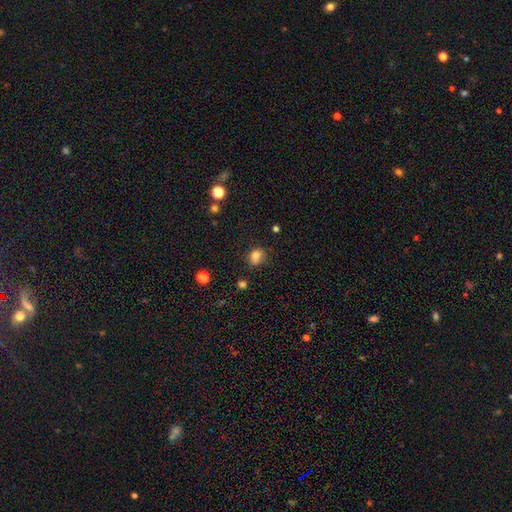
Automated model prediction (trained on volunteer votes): A smooth galaxy with no disk features (78%) that is round (56%).

Vote fractions:
- Smooth or featured? smooth: 78% / star or artifact: 13% / featured or disk: 9%
- How rounded? round: 56% / in between: 43% / cigar-shaped: 1%
- Merging? none: 64% / minor disturbance: 21% / merger: 9% / major disturbance: 5%